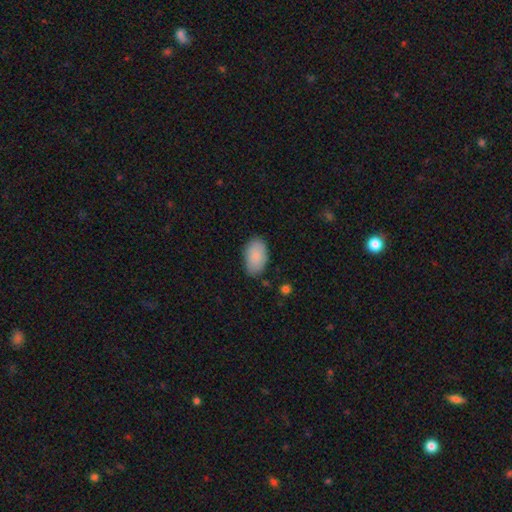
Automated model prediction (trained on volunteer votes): A smooth galaxy with no disk features (88%) that is in between round and cigar-shaped (94%). Merging: none (79%).